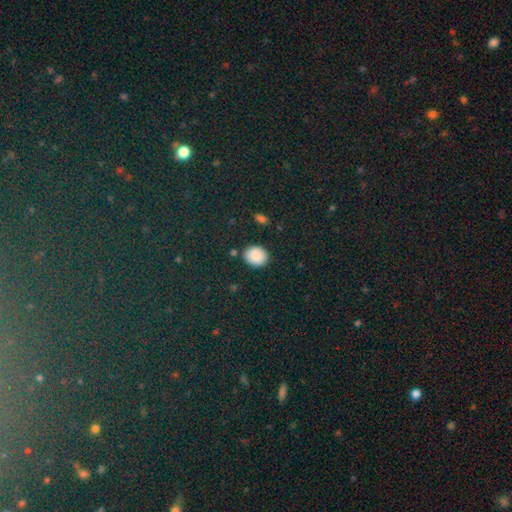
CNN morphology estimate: Overall: smooth (88%). How rounded: round (57%; in between 42%). Merging: none (86%).